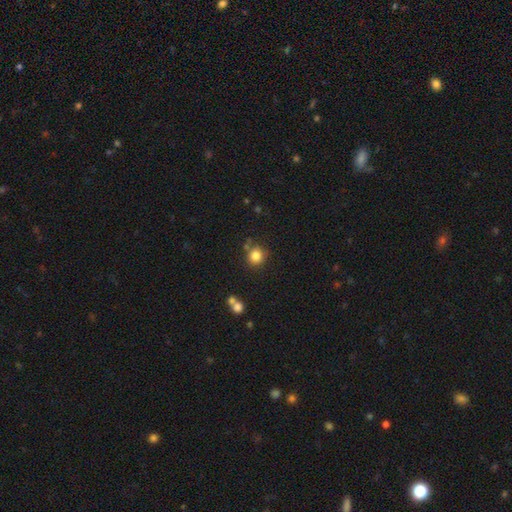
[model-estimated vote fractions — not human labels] Q: Smooth or featured?
A: smooth (83%); runner-up: star or artifact (11%)
Q: How rounded?
A: round (89%); runner-up: in between (10%)
Q: Merging?
A: none (78%); runner-up: minor disturbance (10%)